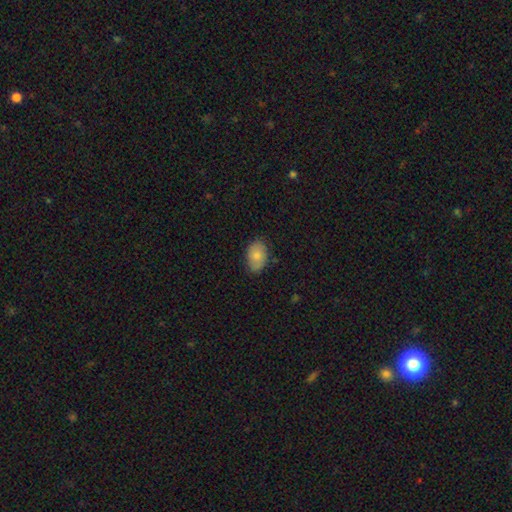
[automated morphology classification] Q: Smooth or featured?
A: smooth (81%); runner-up: featured or disk (12%)
Q: How rounded?
A: in between (86%); runner-up: round (13%)
Q: Merging?
A: none (79%); runner-up: minor disturbance (17%)